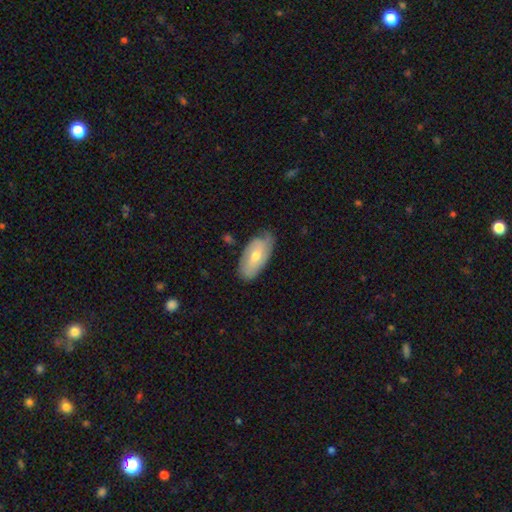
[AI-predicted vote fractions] Morphology: type=featured or disk (49%); merging=none (69%).